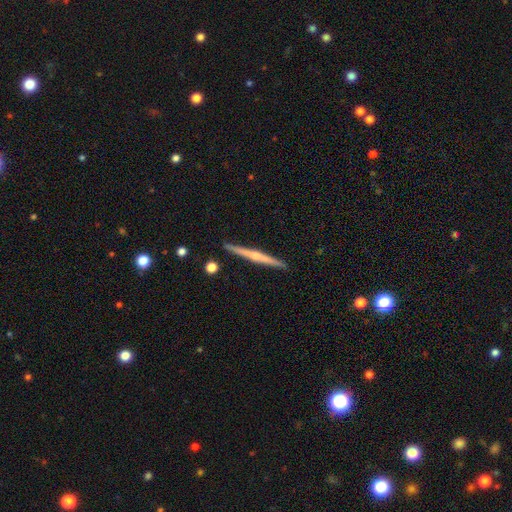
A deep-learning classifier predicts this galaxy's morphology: Smooth or featured: featured or disk — 71% (smooth — 23%)
Edge-on disk: yes — 98% (no — 2%)
Edge-on bulge: rounded — 69% (none — 25%)
Merging: none — 91% (minor disturbance — 6%)